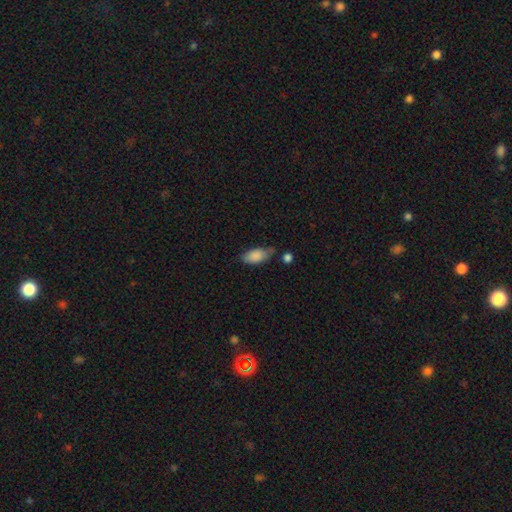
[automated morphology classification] Smooth or featured?
  - smooth: 86% *
  - featured or disk: 7%
  - star or artifact: 7%
How rounded?
  - in between: 91% *
  - cigar-shaped: 6%
  - round: 3%
Merging?
  - none: 58% *
  - minor disturbance: 26%
  - merger: 10%
  - major disturbance: 7%